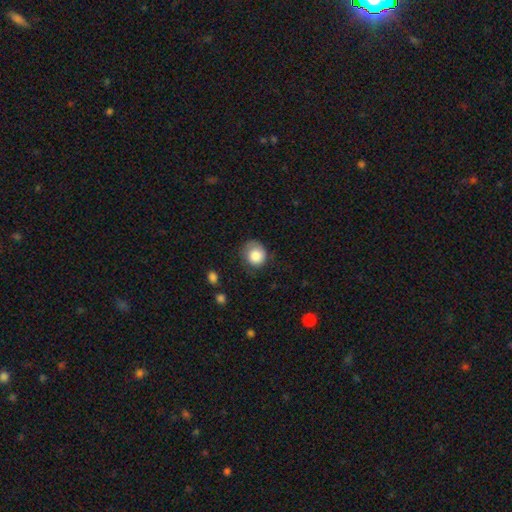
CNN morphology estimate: Smooth or featured?
  - smooth: 82% *
  - featured or disk: 11%
  - star or artifact: 7%
How rounded?
  - round: 80% *
  - in between: 19%
  - cigar-shaped: 1%
Merging?
  - none: 60% *
  - minor disturbance: 27%
  - major disturbance: 12%
  - merger: 2%